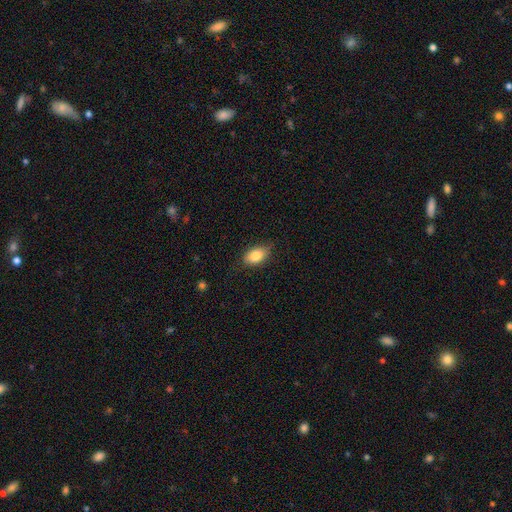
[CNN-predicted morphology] This appears to be a smooth galaxy with no disk features (82%) that is in between round and cigar-shaped (88%). Merging: none (80%).